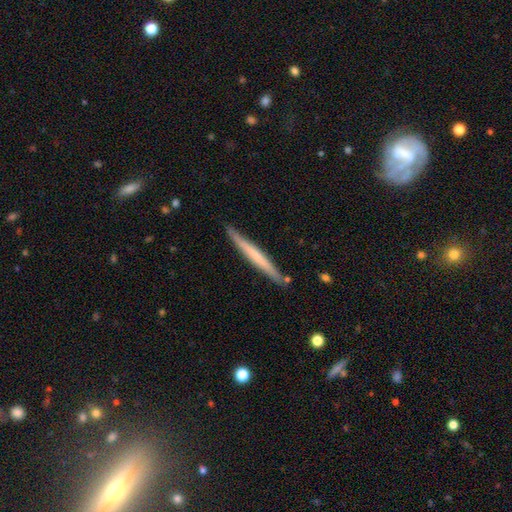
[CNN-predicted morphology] A smooth galaxy with no disk features (51%) that is cigar-shaped (97%).

Vote fractions:
- Smooth or featured? smooth: 51% / featured or disk: 44% / star or artifact: 5%
- How rounded? cigar-shaped: 97% / in between: 2% / round: 1%
- Merging? none: 87% / minor disturbance: 9% / merger: 2% / major disturbance: 2%